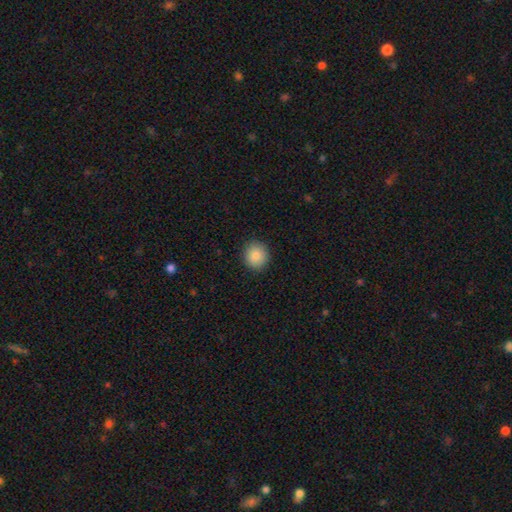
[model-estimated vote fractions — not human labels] Overall: smooth (87%). How rounded: round (82%). Merging: none (89%).